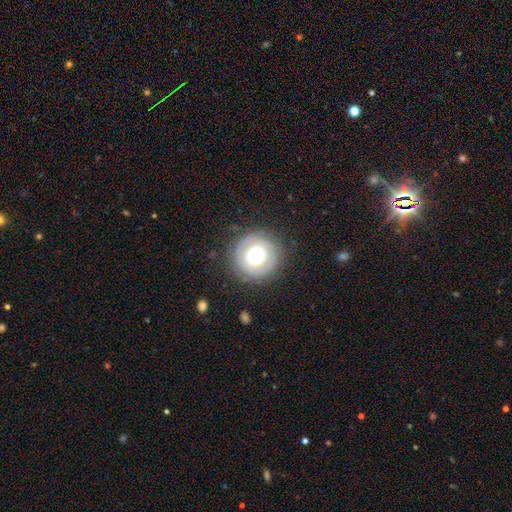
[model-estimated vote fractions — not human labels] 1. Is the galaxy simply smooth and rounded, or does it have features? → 59% smooth, 32% featured or disk, 10% star or artifact.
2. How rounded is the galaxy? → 95% round, 4% in between, 1% cigar-shaped.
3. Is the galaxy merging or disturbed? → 83% none, 11% minor disturbance, 5% major disturbance, 1% merger.